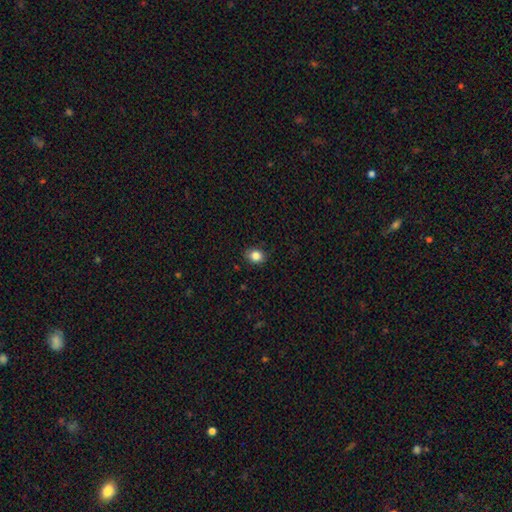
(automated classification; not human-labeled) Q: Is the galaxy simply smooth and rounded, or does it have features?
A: smooth — 85%.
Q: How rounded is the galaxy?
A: round — 51%.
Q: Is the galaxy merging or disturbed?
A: none — 86%.